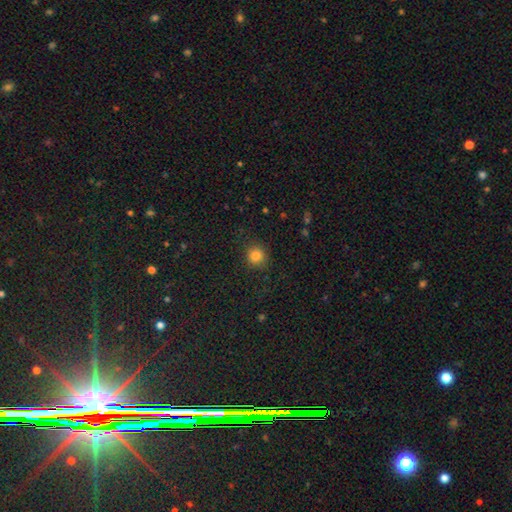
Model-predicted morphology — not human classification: This is clearly a smooth galaxy (83%). How rounded: clearly round (88%). Merging: clearly none (86%).